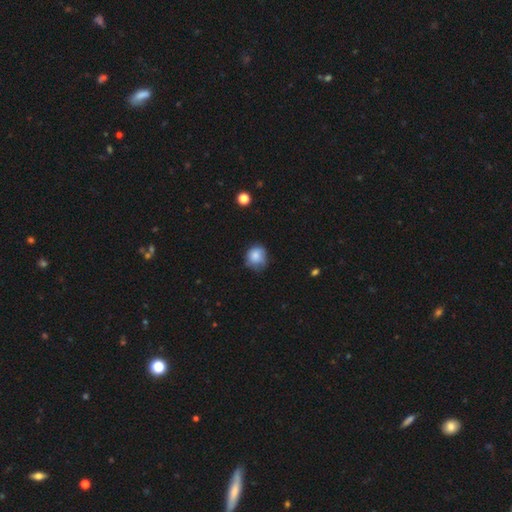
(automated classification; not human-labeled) A smooth galaxy with no disk features (83%) that is round (77%). Merging: none (57%).